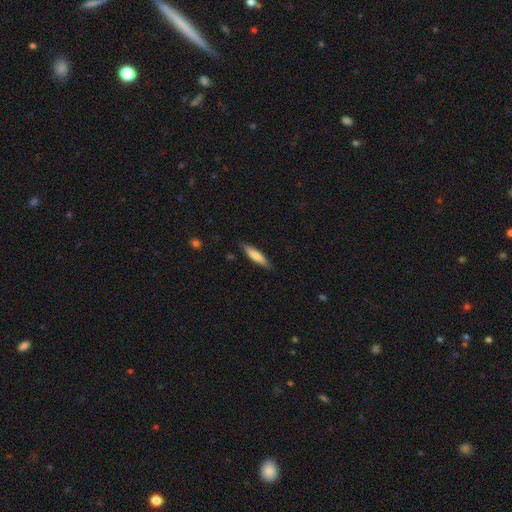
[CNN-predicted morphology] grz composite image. It shows a smooth galaxy with no disk features (73%) that is cigar-shaped (81%). Merging: none (87%).